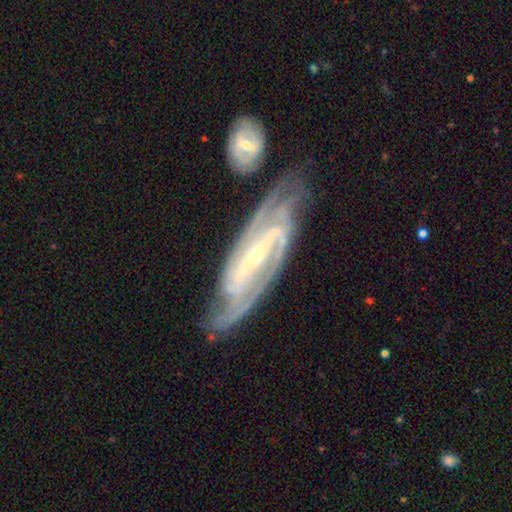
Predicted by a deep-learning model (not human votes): Smooth or featured? Predicted: featured or disk (p=0.92). Edge-on disk? Predicted: no (p=0.92). Bar? Predicted: strong (p=0.64). Spiral arms? Predicted: yes (p=0.98). Spiral winding? Predicted: medium (p=0.45). Spiral arm count? Predicted: 2 (p=0.65). Bulge size? Predicted: small (p=0.76). Merging? Predicted: none (p=0.67).